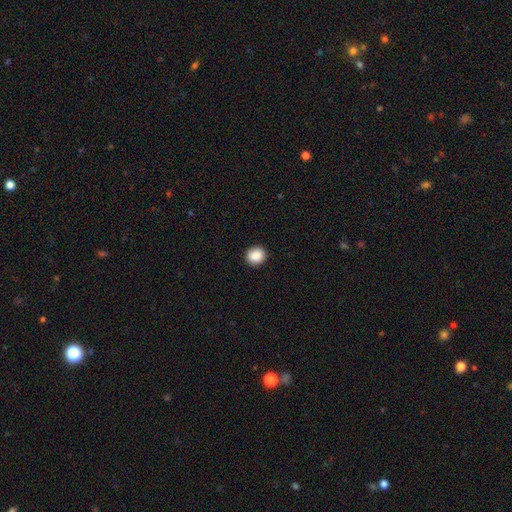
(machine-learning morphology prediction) This is clearly a smooth galaxy (89%). How rounded: clearly round (84%). Merging: clearly none (91%).